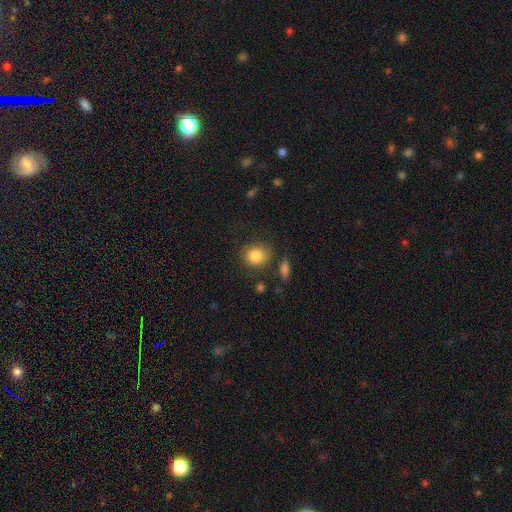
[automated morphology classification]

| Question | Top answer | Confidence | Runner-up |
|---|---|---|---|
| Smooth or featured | smooth | 84% | star or artifact (8%) |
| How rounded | round | 74% | in between (25%) |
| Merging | none | 77% | minor disturbance (15%) |